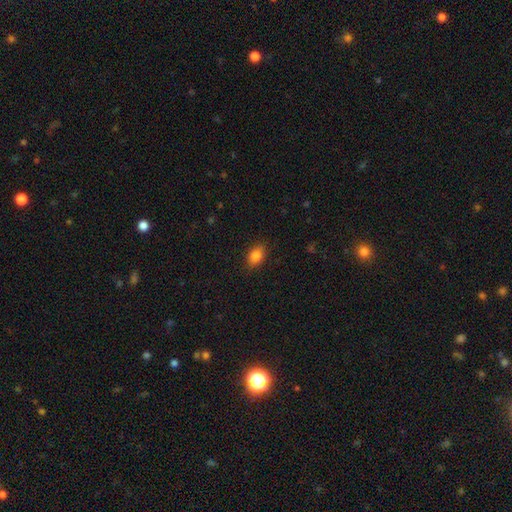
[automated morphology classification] smooth-or-featured: smooth: 84% | star or artifact: 9% | featured or disk: 7%
  how-rounded: in between: 81% | round: 17% | cigar-shaped: 2%
  merging: none: 87% | minor disturbance: 10% | major disturbance: 2% | merger: 1%